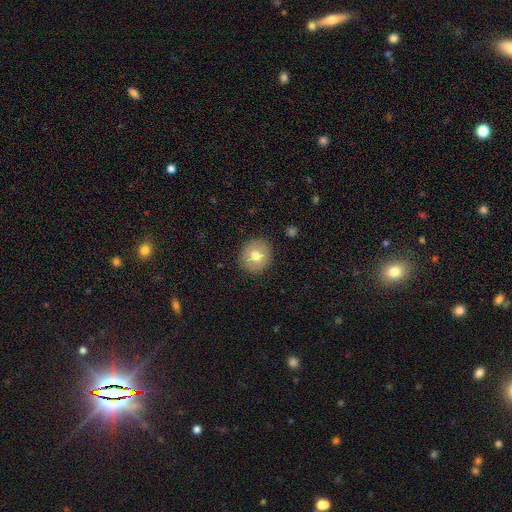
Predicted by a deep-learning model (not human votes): The model was most divided on "smooth or featured": smooth: 71%, featured or disk: 20%, star or artifact: 9%. More confident: merging — none (88%); how rounded — round (85%).